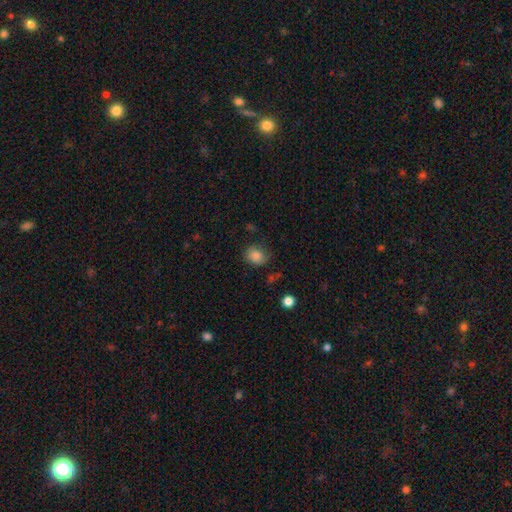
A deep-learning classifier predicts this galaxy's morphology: Q: Smooth or featured?
A: smooth (83%); runner-up: star or artifact (10%)
Q: How rounded?
A: round (59%); runner-up: in between (40%)
Q: Merging?
A: none (71%); runner-up: minor disturbance (21%)